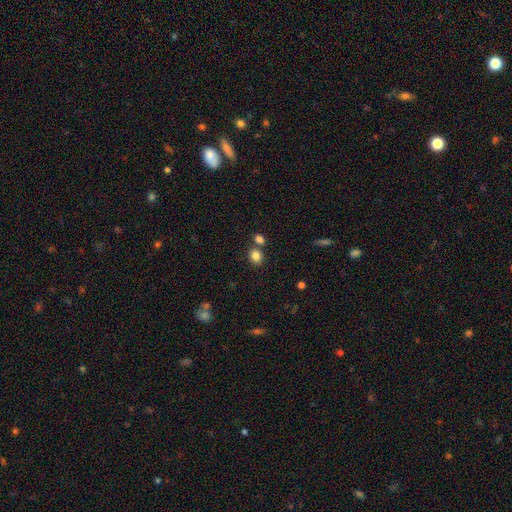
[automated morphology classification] A smooth galaxy with no disk features (84%) that is round (66%).

Vote fractions:
- Smooth or featured? smooth: 84% / star or artifact: 11% / featured or disk: 6%
- How rounded? round: 66% / in between: 33% / cigar-shaped: 1%
- Merging? none: 66% / merger: 22% / minor disturbance: 9% / major disturbance: 3%